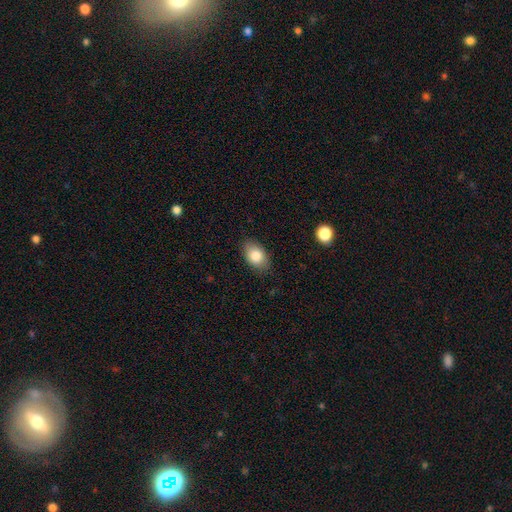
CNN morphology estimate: smooth 83%, featured or disk 9%, star or artifact 8%. Down the decision tree: how rounded — in between (86%); merging — none (84%).